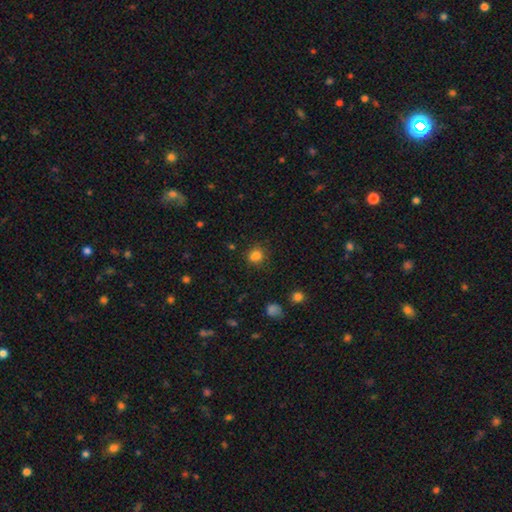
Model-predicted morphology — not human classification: Smooth or featured?
  - smooth: 82% *
  - star or artifact: 13%
  - featured or disk: 4%
How rounded?
  - round: 76% *
  - in between: 23%
  - cigar-shaped: 1%
Merging?
  - none: 80% *
  - minor disturbance: 14%
  - major disturbance: 4%
  - merger: 2%